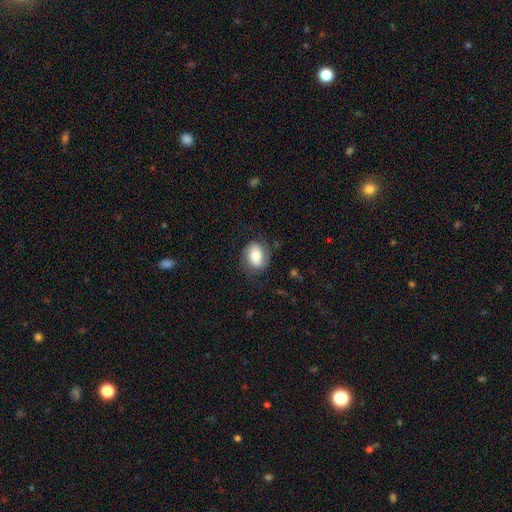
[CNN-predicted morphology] smooth 66%, featured or disk 26%, star or artifact 8%. Down the decision tree: how rounded — in between (64%); merging — none (68%).